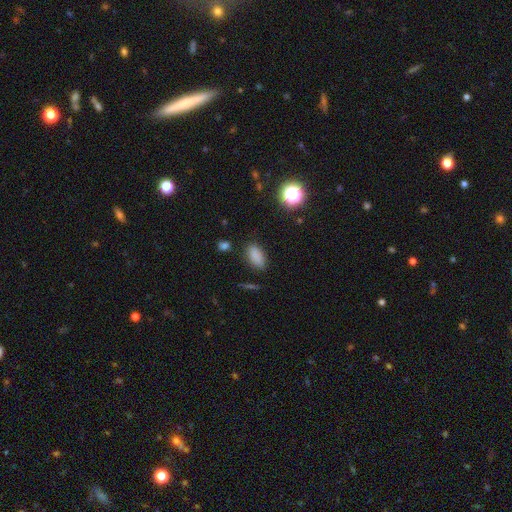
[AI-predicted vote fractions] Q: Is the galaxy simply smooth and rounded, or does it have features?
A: smooth — 84%.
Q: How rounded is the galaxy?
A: in between — 89%.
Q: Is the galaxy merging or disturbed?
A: none — 82%.